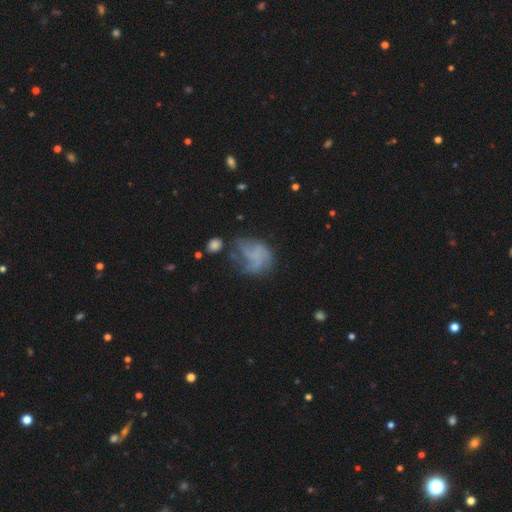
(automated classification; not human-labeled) smooth-or-featured: featured or disk: 49% | smooth: 39% | star or artifact: 12%
  merging: major disturbance: 36% | none: 34% | minor disturbance: 24% | merger: 6%